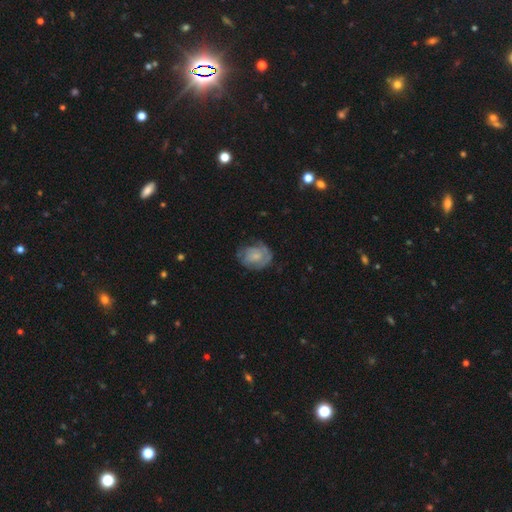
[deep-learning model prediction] A featured or disk galaxy (56%) with no bar (75%), spiral arms (76%) and a small central bulge (46%).

Vote fractions:
- Smooth or featured? featured or disk: 56% / smooth: 36% / star or artifact: 8%
- Edge-on disk? no: 97% / yes: 3%
- Bar? no: 75% / weak: 22% / strong: 3%
- Spiral arms? yes: 76% / no: 24%
- Bulge size? small: 46% / moderate: 28% / none: 19% / large: 5% / dominant: 2%
- Merging? none: 60% / minor disturbance: 25% / major disturbance: 13% / merger: 1%